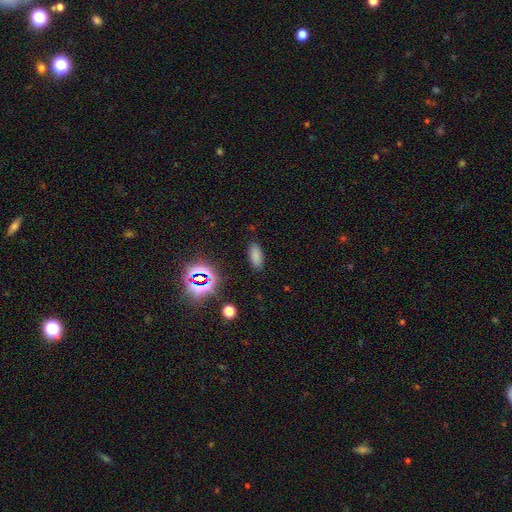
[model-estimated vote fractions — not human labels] The model was most divided on "smooth or featured": smooth: 76%, star or artifact: 18%, featured or disk: 6%. More confident: merging — none (87%); how rounded — in between (84%).